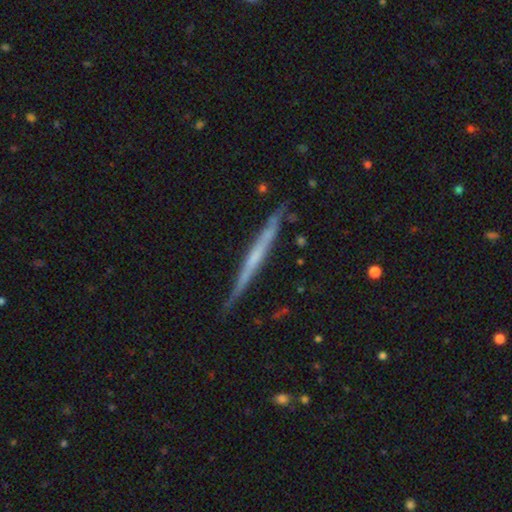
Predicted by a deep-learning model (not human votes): Smooth or featured? Predicted: featured or disk (p=0.65). Edge-on disk? Predicted: yes (p=0.97). Edge-on bulge? Predicted: none (p=0.74). Merging? Predicted: none (p=0.86).